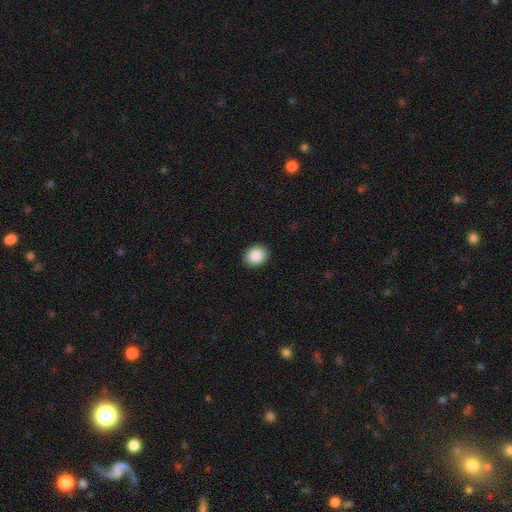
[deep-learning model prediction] Smooth or featured: smooth — 89% (star or artifact — 8%)
How rounded: round — 62% (in between — 37%)
Merging: none — 91% (minor disturbance — 6%)